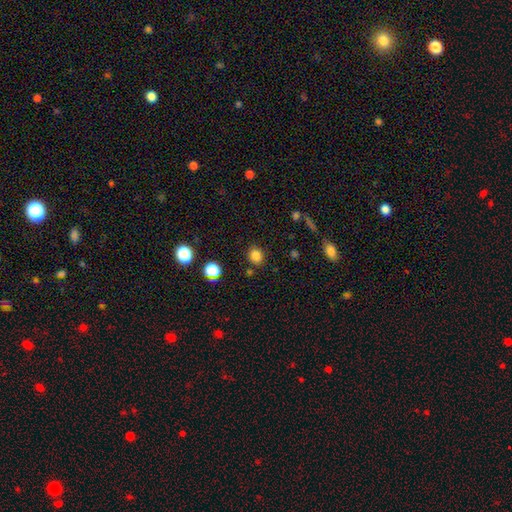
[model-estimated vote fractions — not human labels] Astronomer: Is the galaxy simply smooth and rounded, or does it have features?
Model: smooth — 82%.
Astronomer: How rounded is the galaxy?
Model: round — 75%.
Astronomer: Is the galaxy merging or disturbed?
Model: none — 85%.